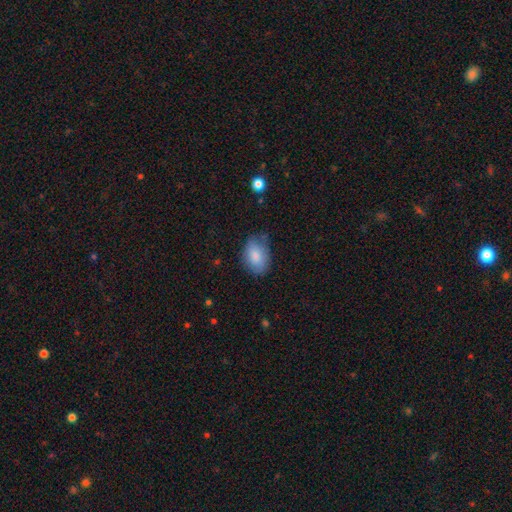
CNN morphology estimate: A smooth galaxy with no disk features (84%) that is in between round and cigar-shaped (86%).

Vote fractions:
- Smooth or featured? smooth: 84% / featured or disk: 10% / star or artifact: 6%
- How rounded? in between: 86% / round: 12% / cigar-shaped: 1%
- Merging? none: 65% / minor disturbance: 27% / major disturbance: 6% / merger: 2%